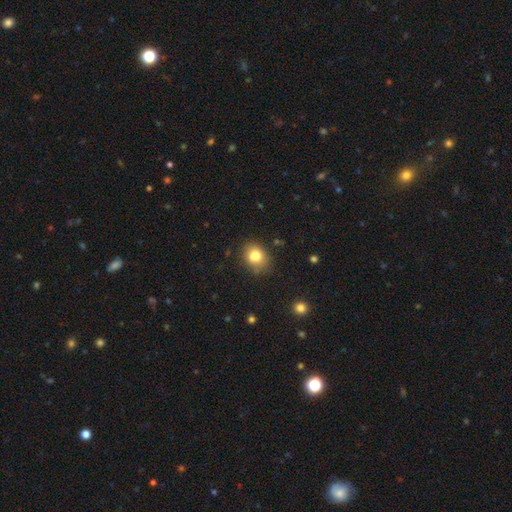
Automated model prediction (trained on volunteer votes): smooth_or_featured: smooth (p=0.81) [alt: star or artifact p=0.11]
how_rounded: round (p=0.54) [alt: in between p=0.46]
merging: none (p=0.76) [alt: minor disturbance p=0.17]